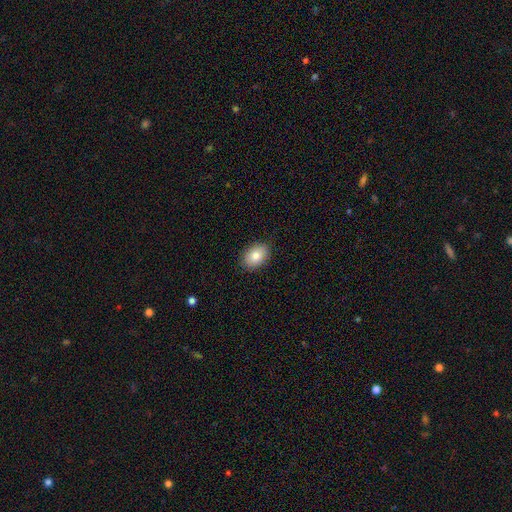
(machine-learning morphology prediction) Smooth or featured?
  - smooth: 82% *
  - featured or disk: 10%
  - star or artifact: 8%
How rounded?
  - in between: 81% *
  - round: 18%
  - cigar-shaped: 1%
Merging?
  - none: 88% *
  - minor disturbance: 9%
  - major disturbance: 2%
  - merger: 1%